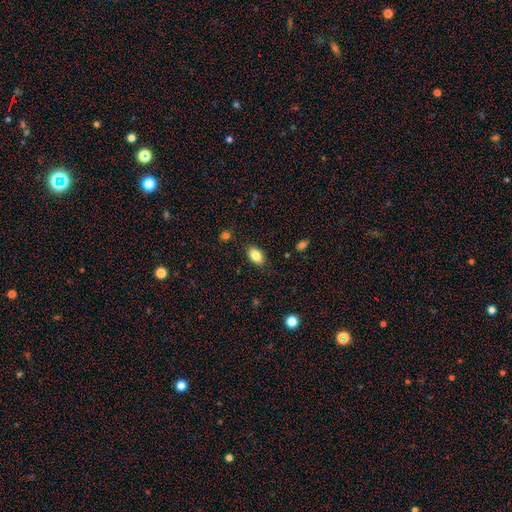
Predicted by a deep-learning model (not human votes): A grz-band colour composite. It shows a smooth galaxy with no disk features (85%) that is in between round and cigar-shaped (90%). Merging: none (85%).